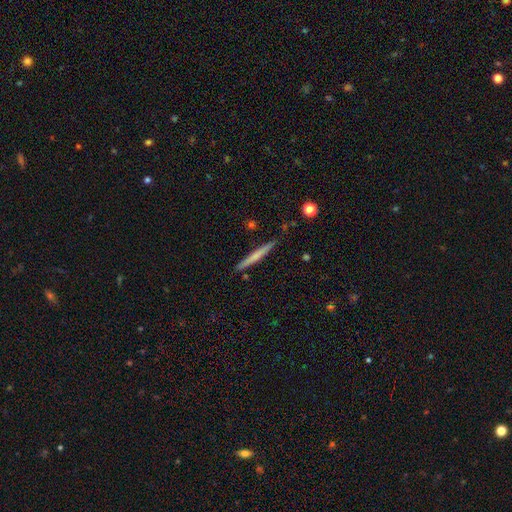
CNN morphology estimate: Smooth or featured: smooth — 51% (featured or disk — 44%)
How rounded: cigar-shaped — 96% (in between — 2%)
Merging: none — 89% (minor disturbance — 8%)